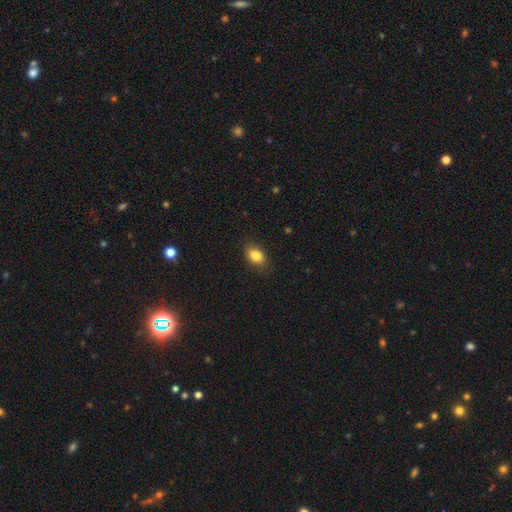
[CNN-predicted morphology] smooth-or-featured: smooth: 85% | star or artifact: 8% | featured or disk: 6%
  how-rounded: in between: 82% | round: 16% | cigar-shaped: 2%
  merging: none: 84% | minor disturbance: 12% | major disturbance: 3% | merger: 1%